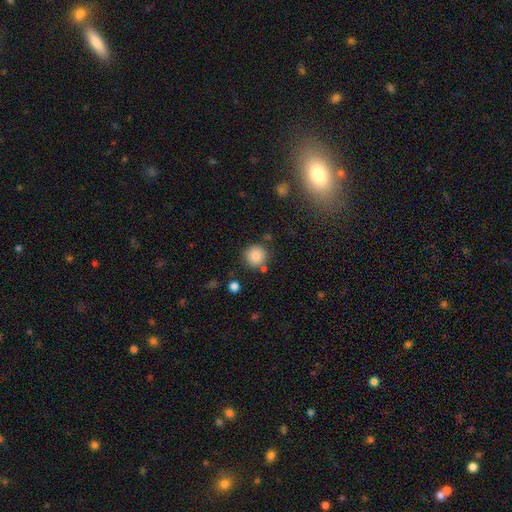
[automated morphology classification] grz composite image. It shows a smooth galaxy with no disk features (86%) that is round (93%). Merging: none (81%).